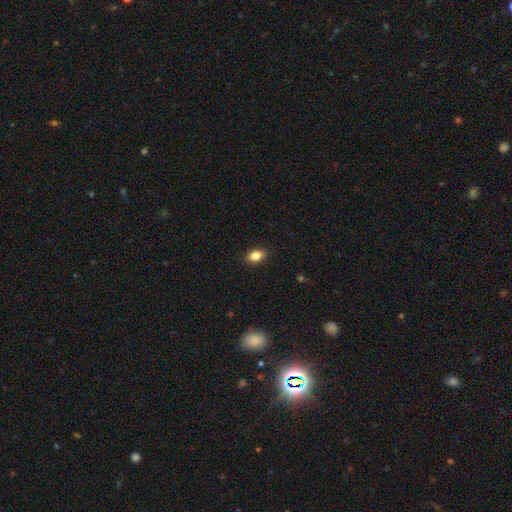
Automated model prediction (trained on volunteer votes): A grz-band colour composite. It shows a smooth galaxy with no disk features (83%) that is in between round and cigar-shaped (82%). Merging: none (88%).